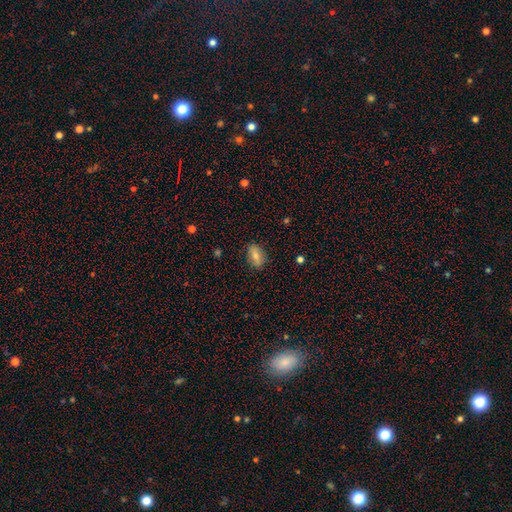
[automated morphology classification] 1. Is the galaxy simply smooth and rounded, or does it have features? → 76% smooth, 16% featured or disk, 8% star or artifact.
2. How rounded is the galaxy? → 86% in between, 7% round, 7% cigar-shaped.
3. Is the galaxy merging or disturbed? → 84% none, 12% minor disturbance, 3% major disturbance, 1% merger.